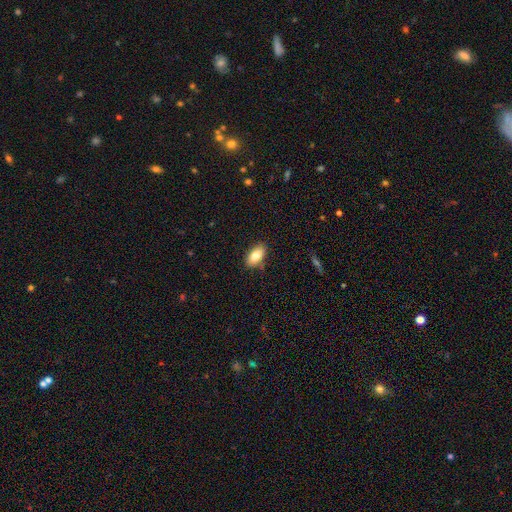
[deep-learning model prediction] Smooth or featured? smooth (80%)
How rounded? in between (92%)
Merging? none (85%)